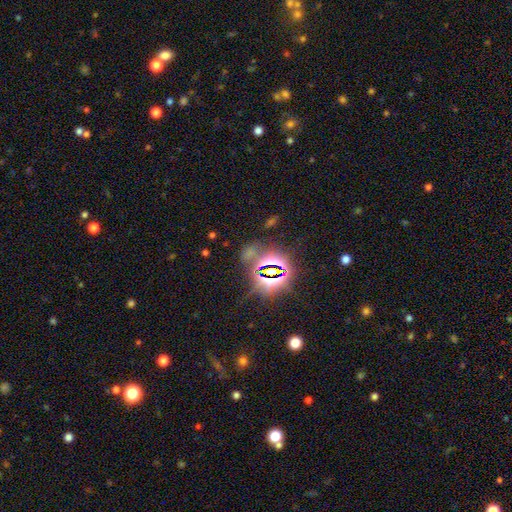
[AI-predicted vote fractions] This appears to be a star or artifact, not a galaxy (79%).